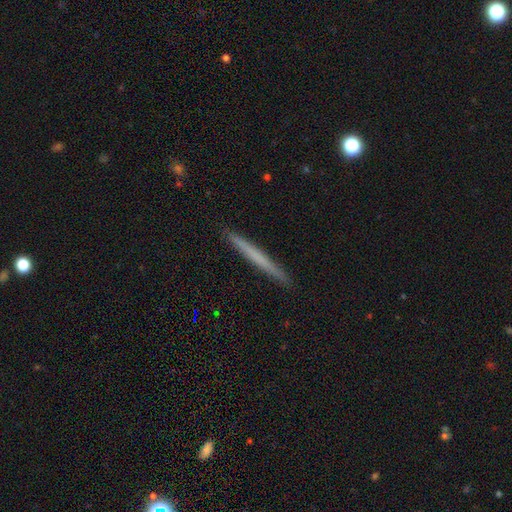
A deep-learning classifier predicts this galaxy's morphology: A smooth galaxy with no disk features (57%) that is cigar-shaped (97%). Merging: none (92%).